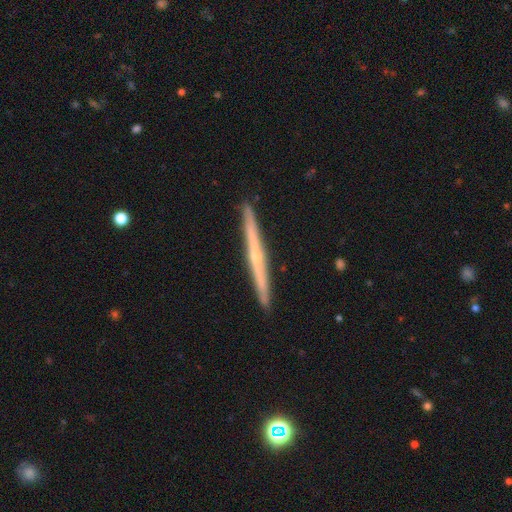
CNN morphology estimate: This is likely a featured or disk galaxy (74%). It is clearly viewed edge-on (98%). Edge-on bulge: likely rounded (65%). Merging: clearly none (92%).